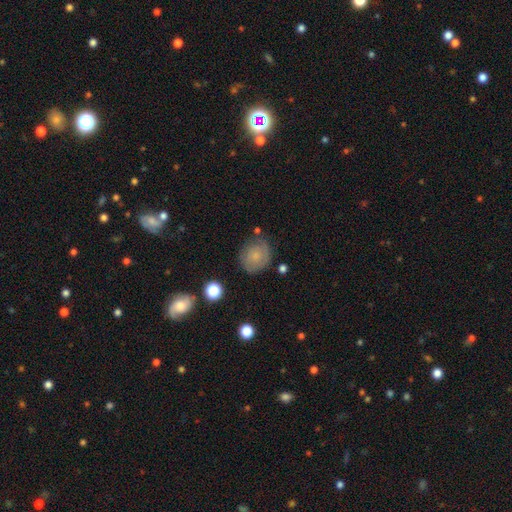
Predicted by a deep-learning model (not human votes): Smooth or featured? smooth (73%)
How rounded? round (74%)
Merging? none (71%)